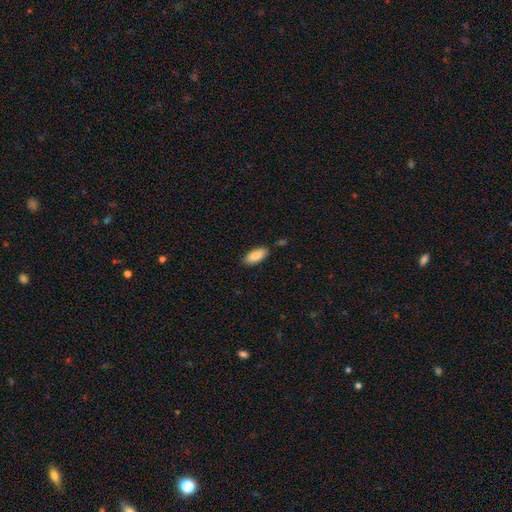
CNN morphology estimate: Q: Smooth or featured?
A: smooth (88%); runner-up: star or artifact (6%)
Q: How rounded?
A: in between (85%); runner-up: cigar-shaped (13%)
Q: Merging?
A: none (83%); runner-up: minor disturbance (12%)